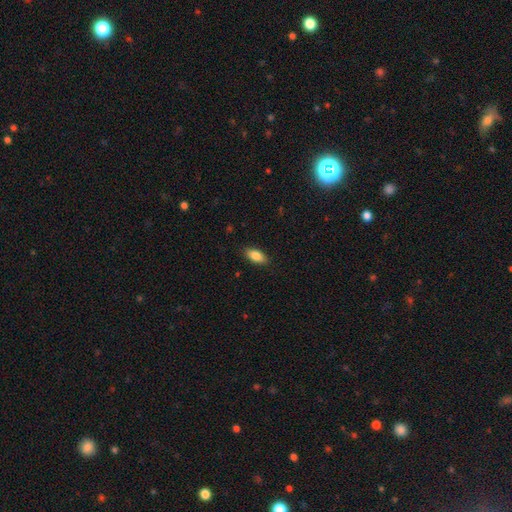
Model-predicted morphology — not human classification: smooth-or-featured: smooth: 84% | featured or disk: 9% | star or artifact: 7%
  how-rounded: in between: 88% | cigar-shaped: 8% | round: 4%
  merging: none: 87% | minor disturbance: 10% | major disturbance: 2% | merger: 1%